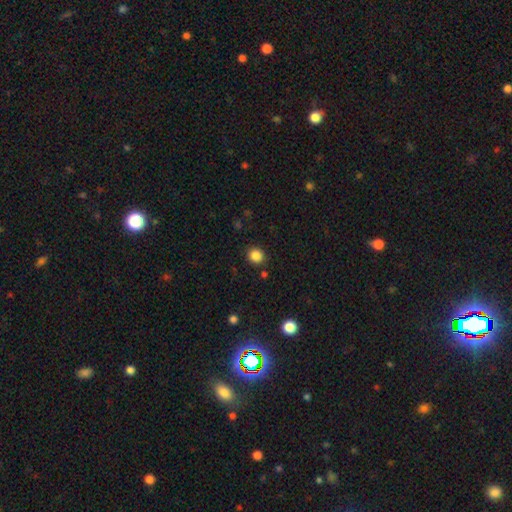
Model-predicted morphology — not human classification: smooth_or_featured: smooth (p=0.86) [alt: star or artifact p=0.11]
how_rounded: round (p=0.86) [alt: in between p=0.13]
merging: none (p=0.89) [alt: minor disturbance p=0.06]